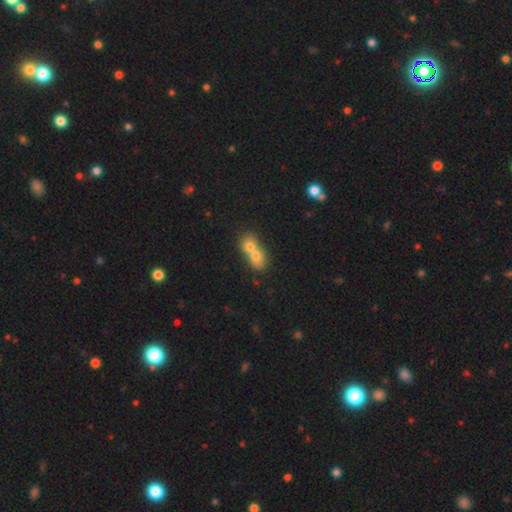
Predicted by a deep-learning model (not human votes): Smooth or featured: smooth — 70% (featured or disk — 20%)
How rounded: round — 57% (in between — 42%)
Merging: merger — 77% (none — 17%)